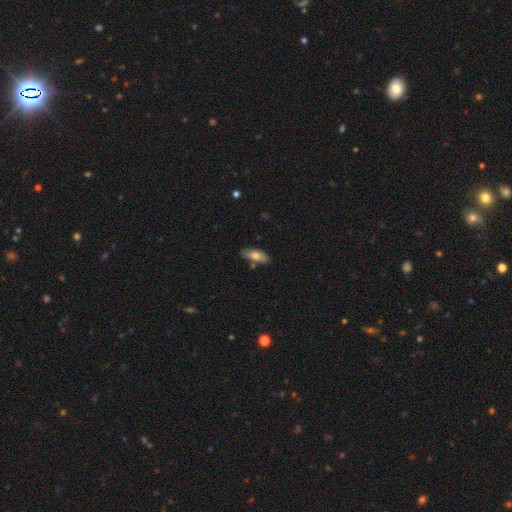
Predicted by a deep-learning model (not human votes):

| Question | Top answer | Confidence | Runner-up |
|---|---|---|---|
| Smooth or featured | smooth | 71% | featured or disk (22%) |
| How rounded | in between | 79% | cigar-shaped (19%) |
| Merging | none | 77% | minor disturbance (16%) |